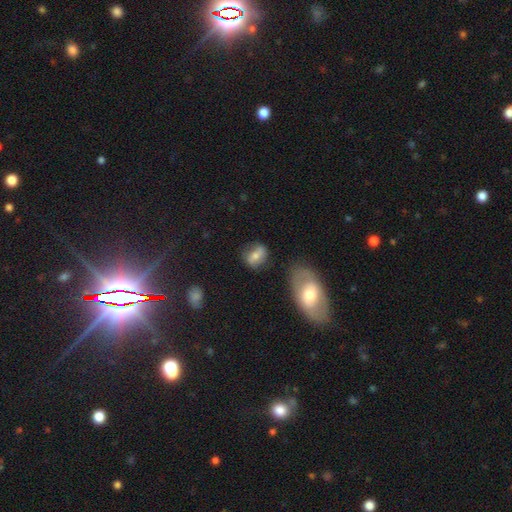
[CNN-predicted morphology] Q: Smooth or featured?
A: smooth (58%); runner-up: featured or disk (32%)
Q: How rounded?
A: in between (54%); runner-up: round (42%)
Q: Merging?
A: none (67%); runner-up: minor disturbance (19%)